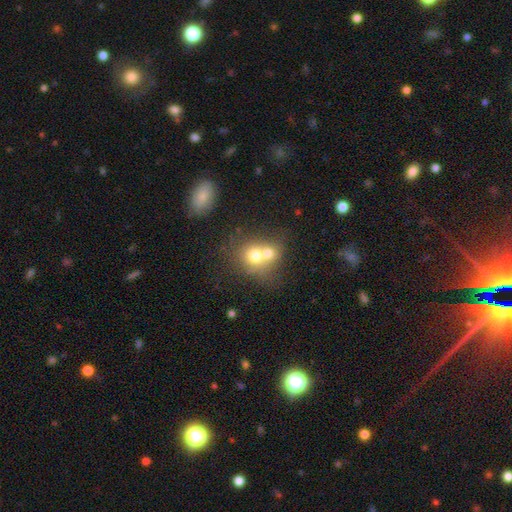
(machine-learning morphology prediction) smooth_or_featured: smooth (p=0.68) [alt: featured or disk p=0.22]
how_rounded: round (p=0.71) [alt: in between p=0.28]
merging: merger (p=0.67) [alt: none p=0.23]